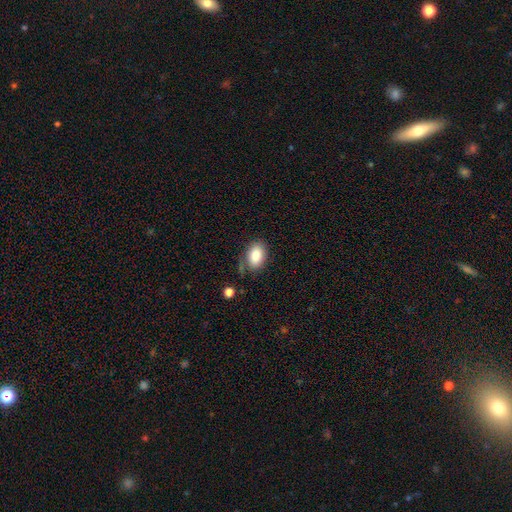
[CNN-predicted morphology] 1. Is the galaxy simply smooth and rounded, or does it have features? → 84% smooth, 8% featured or disk, 7% star or artifact.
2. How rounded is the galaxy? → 88% in between, 11% round, 1% cigar-shaped.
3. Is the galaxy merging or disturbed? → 70% none, 19% minor disturbance, 6% major disturbance, 5% merger.